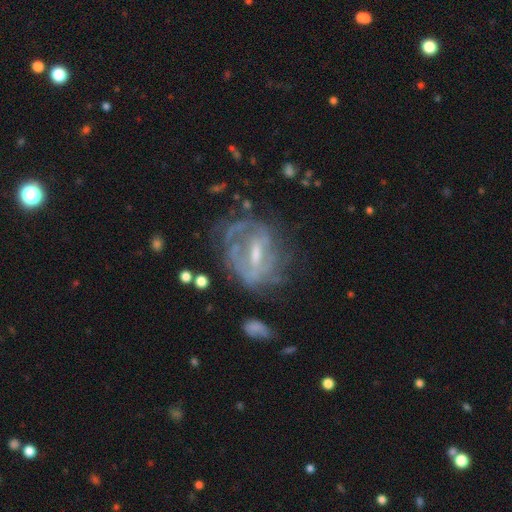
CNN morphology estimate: Smooth or featured? Predicted: featured or disk (p=0.78). Edge-on disk? Predicted: no (p=0.95). Bar? Predicted: weak (p=0.47). Spiral arms? Predicted: yes (p=0.70). Spiral winding? Predicted: tight (p=0.50). Spiral arm count? Predicted: can't tell (p=0.49). Bulge size? Predicted: moderate (p=0.42). Merging? Predicted: none (p=0.51).